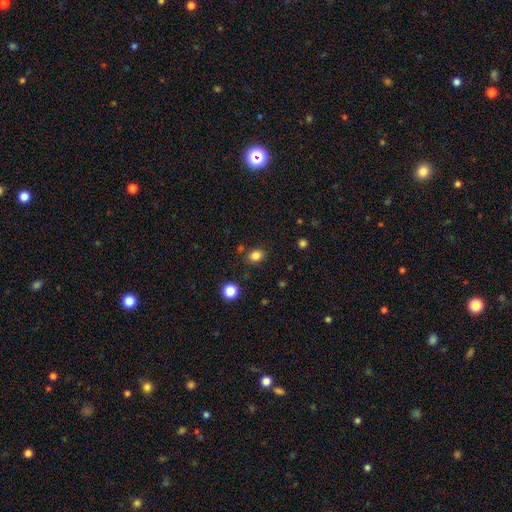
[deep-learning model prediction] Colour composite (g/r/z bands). It shows a smooth galaxy with no disk features (83%) that is round (61%). Merging: none (82%).